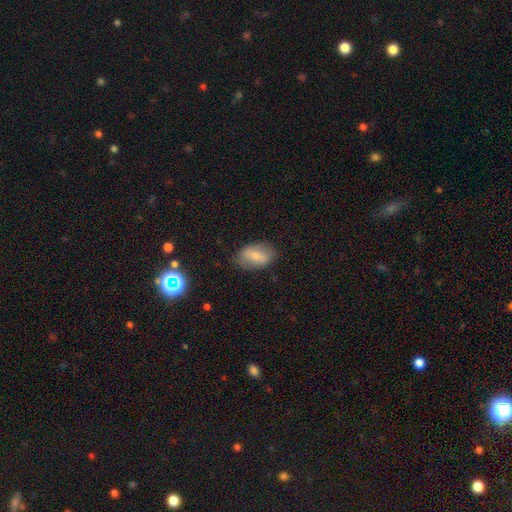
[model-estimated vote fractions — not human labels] This is likely a smooth galaxy (63%). How rounded: clearly in between (89%). Merging: likely none (75%).